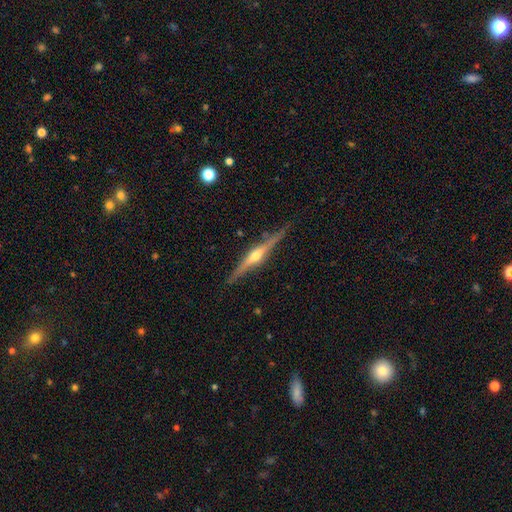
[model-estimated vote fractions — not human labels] Morphology: type=featured or disk (80%); edge-on=yes (98%); edge-on bulge=rounded (90%); merging=none (85%).